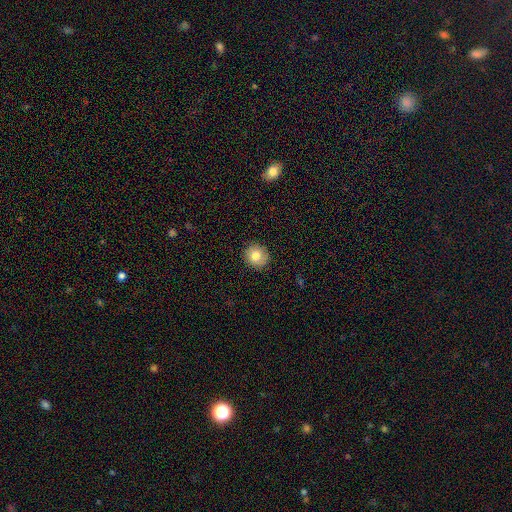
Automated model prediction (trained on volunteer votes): A smooth galaxy with no disk features (79%) that is round (90%).

Vote fractions:
- Smooth or featured? smooth: 79% / featured or disk: 12% / star or artifact: 9%
- How rounded? round: 90% / in between: 9% / cigar-shaped: 1%
- Merging? none: 88% / minor disturbance: 9% / major disturbance: 2% / merger: 1%